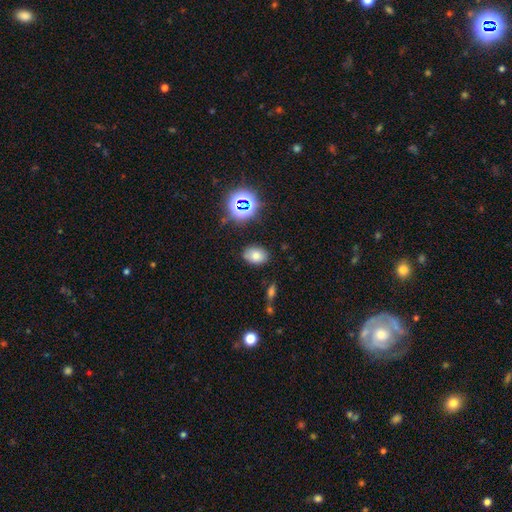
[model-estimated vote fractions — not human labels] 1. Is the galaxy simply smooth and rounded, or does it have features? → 72% smooth, 17% star or artifact, 11% featured or disk.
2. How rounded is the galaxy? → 79% in between, 20% round, 1% cigar-shaped.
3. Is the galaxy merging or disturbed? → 82% none, 12% minor disturbance, 3% major disturbance, 2% merger.